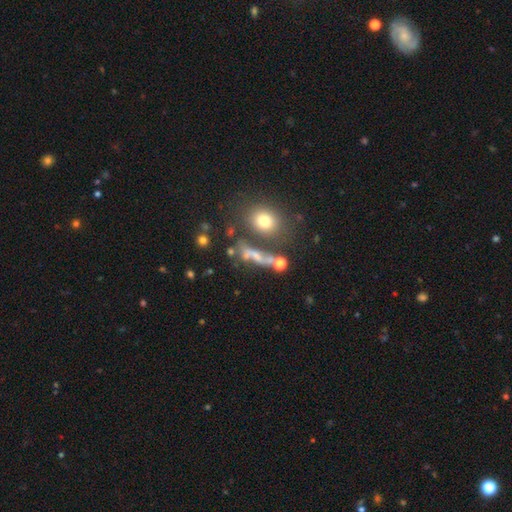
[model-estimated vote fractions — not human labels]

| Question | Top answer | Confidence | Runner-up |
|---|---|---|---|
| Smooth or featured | featured or disk | 41% | smooth (40%) |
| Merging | none | 42% | merger (22%) |